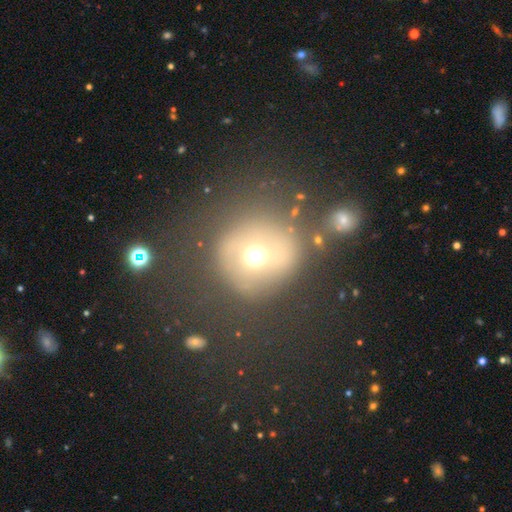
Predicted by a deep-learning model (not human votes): Smooth or featured? Predicted: smooth (p=0.59). How rounded? Predicted: round (p=0.88). Merging? Predicted: none (p=0.68).